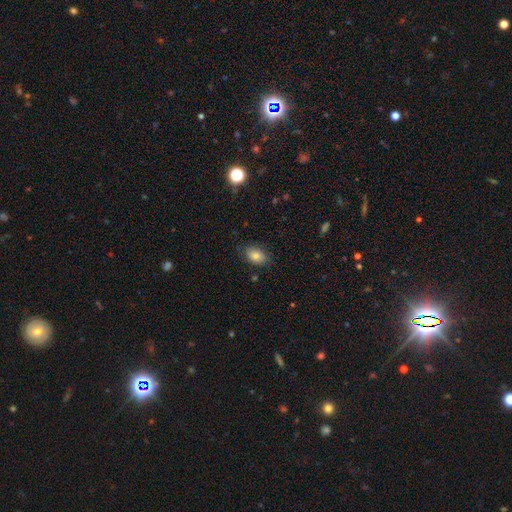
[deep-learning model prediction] Morphology: type=smooth (81%); roundness=in between (86%); merging=none (79%).